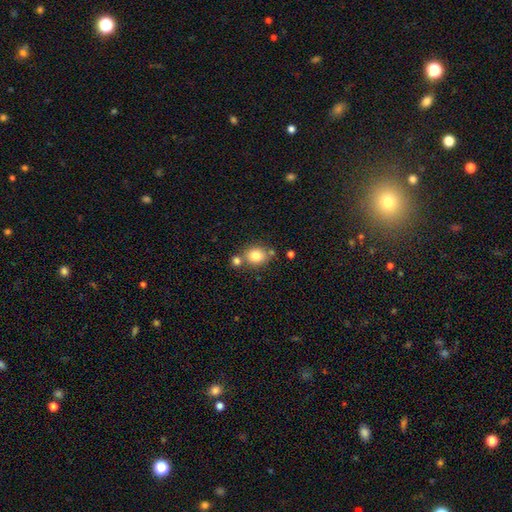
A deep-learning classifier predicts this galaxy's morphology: smooth-or-featured: smooth: 80% | star or artifact: 11% | featured or disk: 10%
  how-rounded: round: 68% | in between: 31% | cigar-shaped: 1%
  merging: none: 64% | merger: 21% | minor disturbance: 11% | major disturbance: 3%